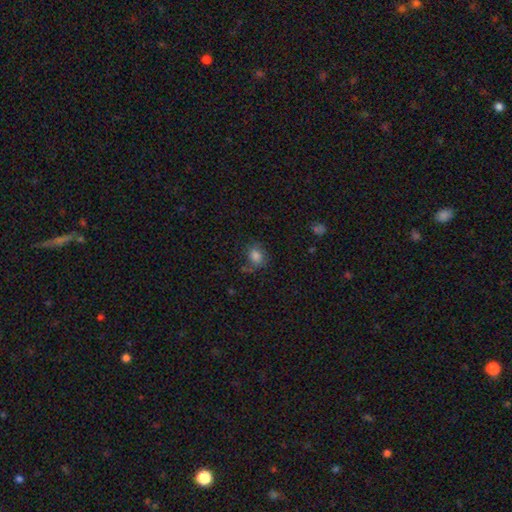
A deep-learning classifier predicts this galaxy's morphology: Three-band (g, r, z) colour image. It shows a smooth galaxy with no disk features (80%) that is in between round and cigar-shaped (51%). Merging: none (64%).